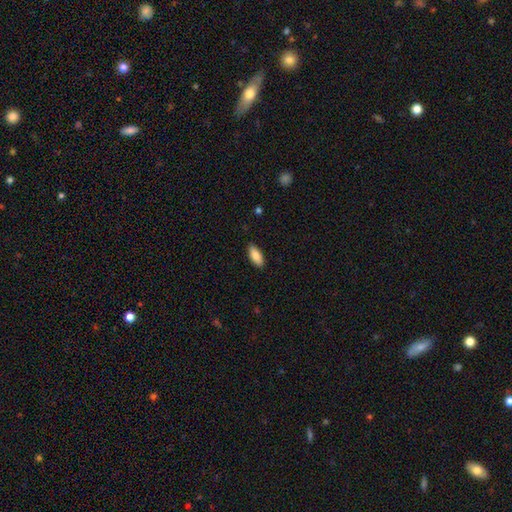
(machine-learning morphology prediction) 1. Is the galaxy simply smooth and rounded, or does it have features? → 88% smooth, 6% featured or disk, 6% star or artifact.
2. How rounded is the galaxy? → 82% in between, 16% cigar-shaped, 2% round.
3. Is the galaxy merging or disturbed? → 86% none, 11% minor disturbance, 2% major disturbance, 1% merger.